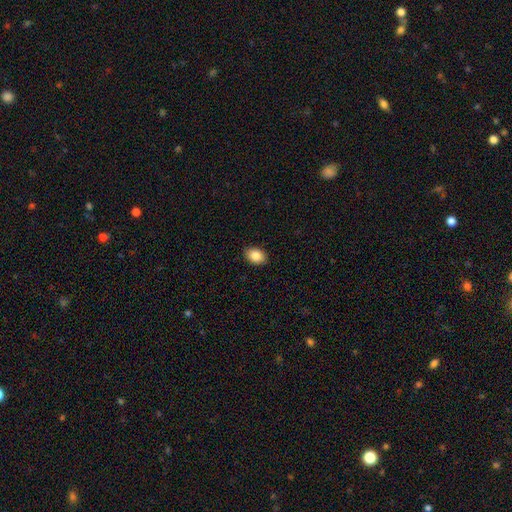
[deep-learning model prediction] Smooth or featured?
  - smooth: 86% *
  - star or artifact: 8%
  - featured or disk: 7%
How rounded?
  - in between: 77% *
  - round: 22%
  - cigar-shaped: 1%
Merging?
  - none: 89% *
  - minor disturbance: 8%
  - major disturbance: 2%
  - merger: 1%